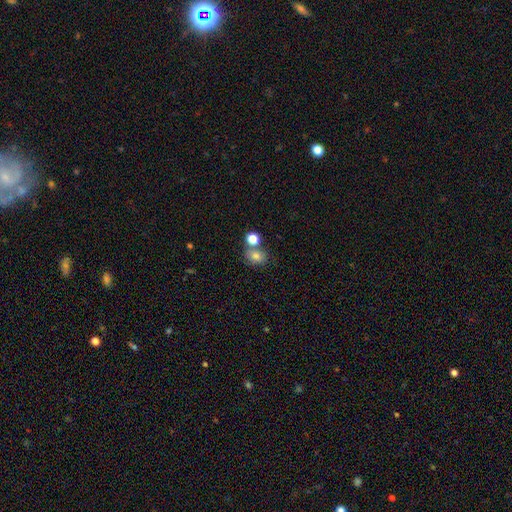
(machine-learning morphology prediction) Smooth or featured? smooth (79%)
How rounded? in between (50%)
Merging? none (55%)